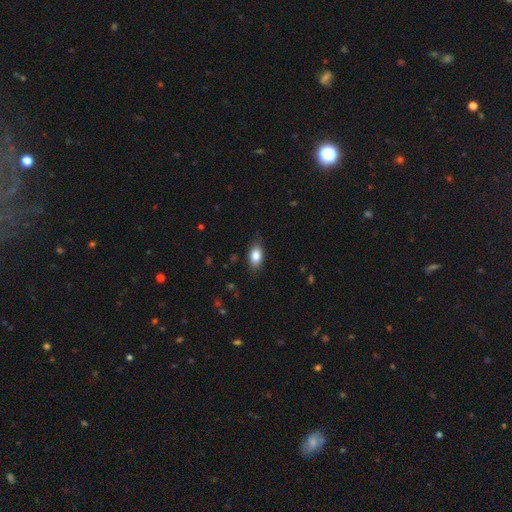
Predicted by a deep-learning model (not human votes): This appears to be a smooth galaxy with no disk features (84%) that is in between round and cigar-shaped (89%). Merging: none (80%).